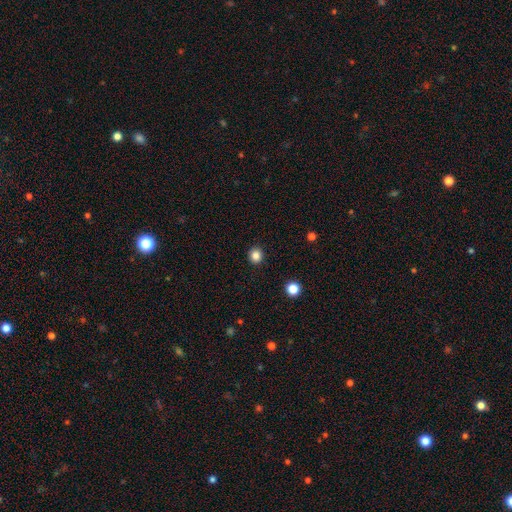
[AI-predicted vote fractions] Morphology: type=smooth (84%); roundness=round (88%); merging=none (92%).